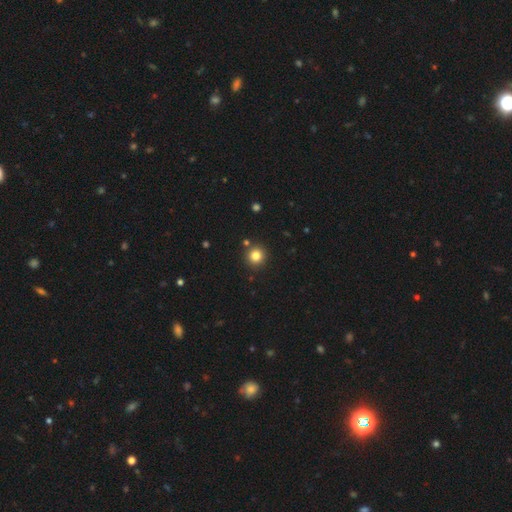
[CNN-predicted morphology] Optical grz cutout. It shows a smooth galaxy with no disk features (82%) that is round (94%). Merging: none (88%).